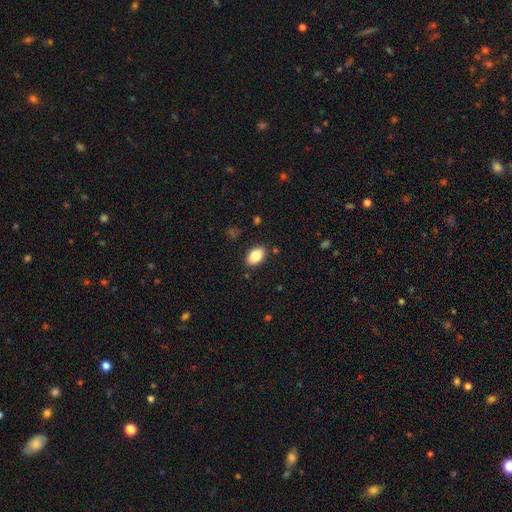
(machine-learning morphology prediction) smooth 85%, featured or disk 8%, star or artifact 7%. Down the decision tree: how rounded — in between (91%); merging — none (87%).